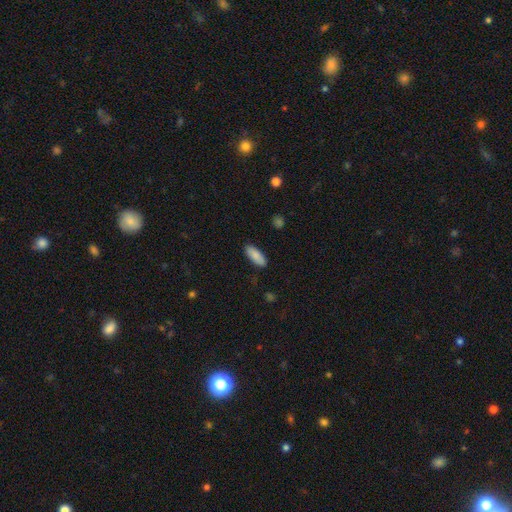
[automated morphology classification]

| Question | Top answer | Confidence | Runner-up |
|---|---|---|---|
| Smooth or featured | smooth | 88% | featured or disk (6%) |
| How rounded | in between | 75% | cigar-shaped (23%) |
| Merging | none | 88% | minor disturbance (9%) |